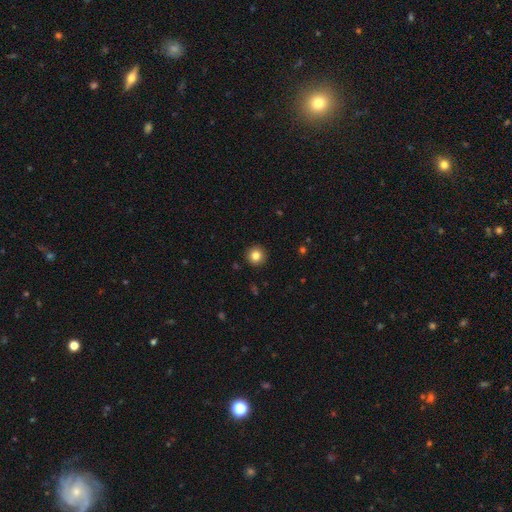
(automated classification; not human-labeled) Q: Smooth or featured?
A: smooth (83%); runner-up: star or artifact (11%)
Q: How rounded?
A: round (96%); runner-up: in between (3%)
Q: Merging?
A: none (93%); runner-up: minor disturbance (4%)